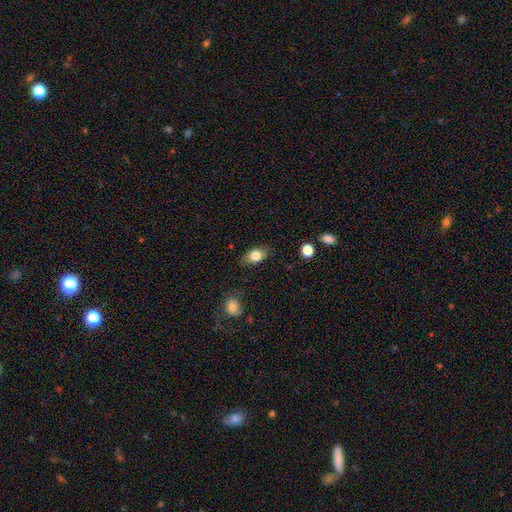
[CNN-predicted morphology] Smooth or featured: smooth — 79% (featured or disk — 13%)
How rounded: in between — 83% (round — 13%)
Merging: none — 81% (minor disturbance — 14%)